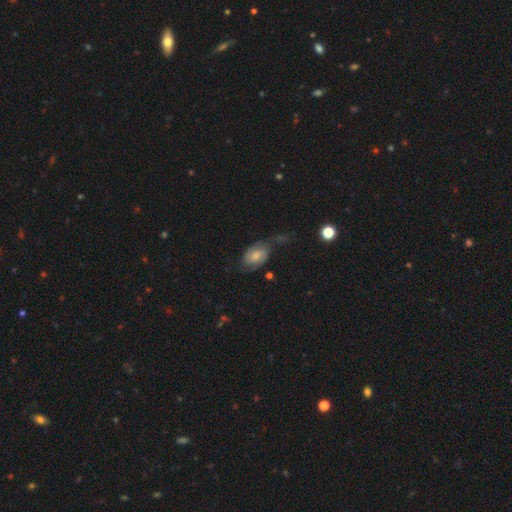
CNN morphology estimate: The model was most divided on "spiral winding": medium: 43%, loose: 32%, tight: 25%. Remaining: edge-on disk — no (96%); spiral arms — yes (90%); spiral arm count — 2 (84%); smooth or featured — featured or disk (60%); bar — no (54%); bulge size — moderate (48%); merging — none (45%).